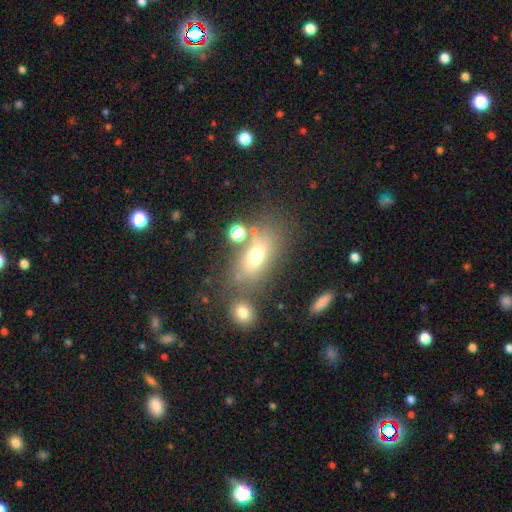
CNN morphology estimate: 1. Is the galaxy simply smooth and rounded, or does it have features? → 64% smooth, 20% featured or disk, 16% star or artifact.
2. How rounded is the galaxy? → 74% in between, 19% round, 7% cigar-shaped.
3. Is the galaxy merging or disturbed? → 60% none, 18% merger, 14% minor disturbance, 8% major disturbance.